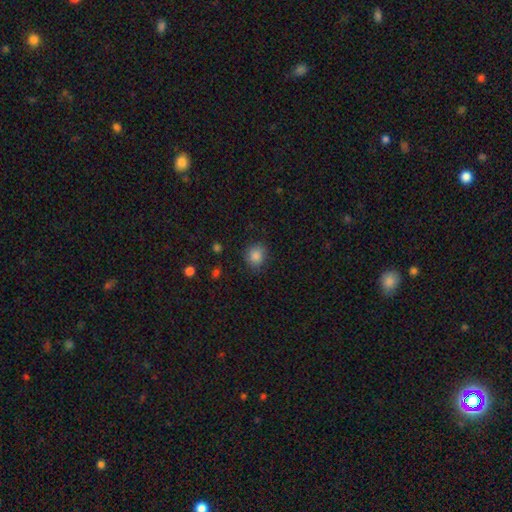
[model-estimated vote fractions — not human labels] Smooth or featured? smooth (86%)
How rounded? round (82%)
Merging? none (82%)